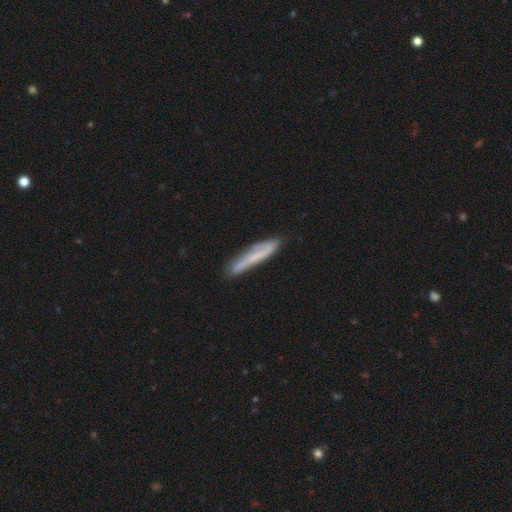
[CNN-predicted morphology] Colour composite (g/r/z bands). It shows a featured or disk galaxy (47%). Merging: none (77%).